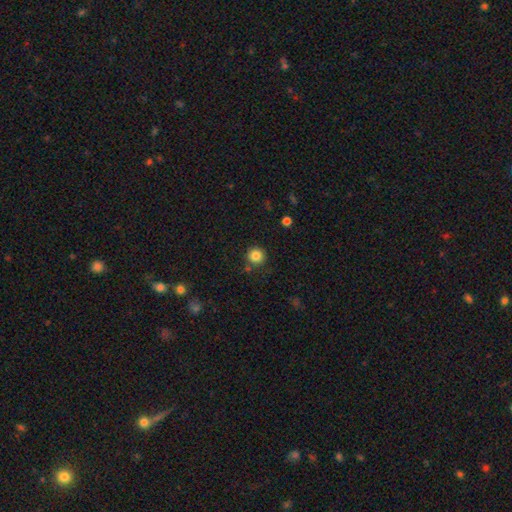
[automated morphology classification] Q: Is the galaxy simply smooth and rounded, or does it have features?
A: smooth — 84%.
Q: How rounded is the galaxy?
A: round — 94%.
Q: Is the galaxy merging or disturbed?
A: none — 86%.